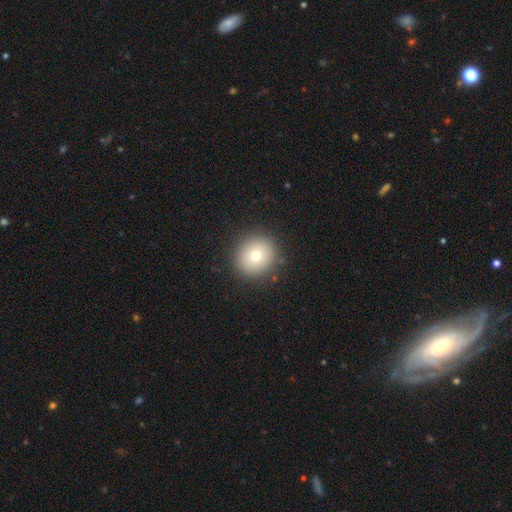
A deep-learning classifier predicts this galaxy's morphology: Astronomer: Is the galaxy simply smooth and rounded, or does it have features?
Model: smooth — 75%.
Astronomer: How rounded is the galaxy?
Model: round — 90%.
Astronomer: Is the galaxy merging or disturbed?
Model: none — 89%.